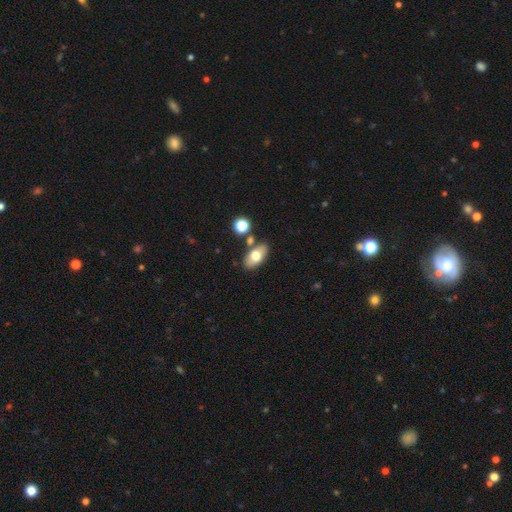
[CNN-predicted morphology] Overall: smooth (70%). How rounded: in between (89%). Merging: none (75%).